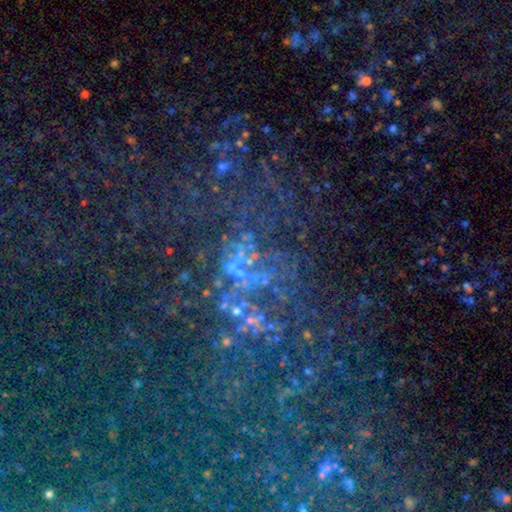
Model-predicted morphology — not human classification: The model was most divided on "smooth or featured": star or artifact: 68%, featured or disk: 19%, smooth: 13%.